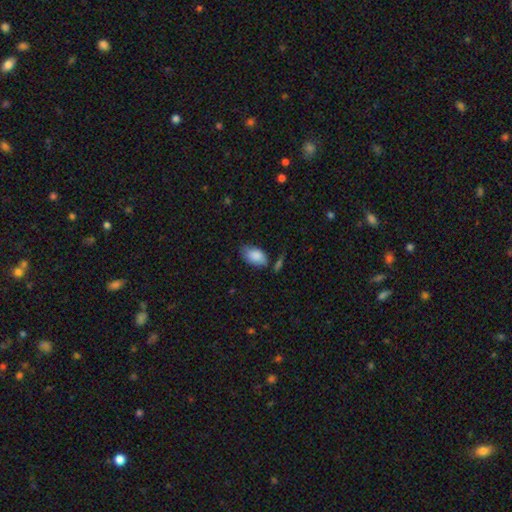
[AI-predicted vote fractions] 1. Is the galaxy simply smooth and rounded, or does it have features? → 87% smooth, 6% star or artifact, 6% featured or disk.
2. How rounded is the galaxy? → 93% in between, 6% round, 2% cigar-shaped.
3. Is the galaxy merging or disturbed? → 64% none, 24% minor disturbance, 6% merger, 6% major disturbance.